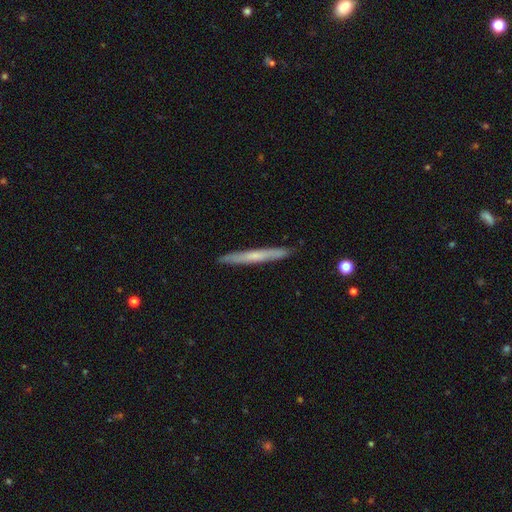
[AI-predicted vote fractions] Overall: smooth (52%; featured or disk 42%). How rounded: cigar-shaped (97%). Merging: none (91%).